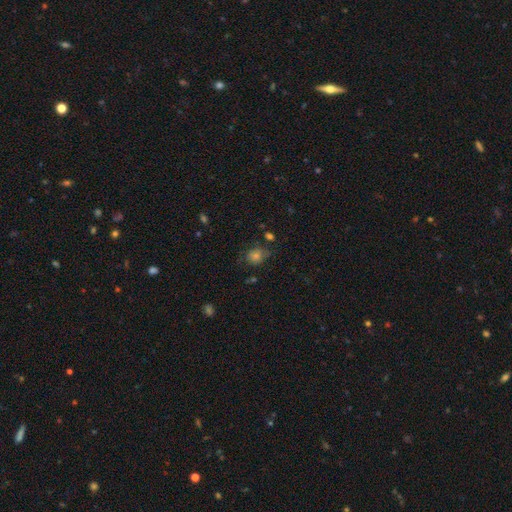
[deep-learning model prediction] Smooth or featured? smooth (56%)
How rounded? round (65%)
Merging? none (64%)